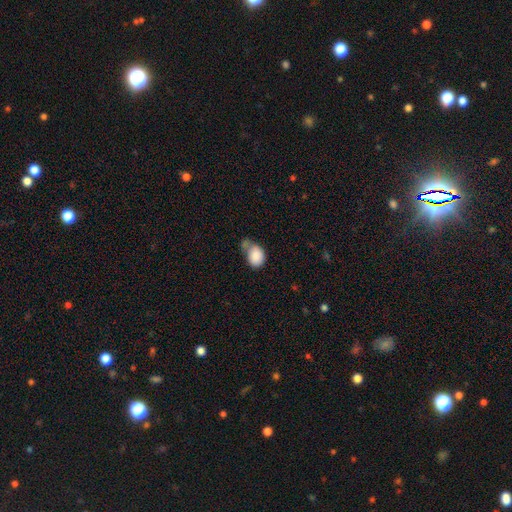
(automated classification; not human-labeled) A smooth galaxy with no disk features (86%) that is in between round and cigar-shaped (66%). Merging: none (36%).